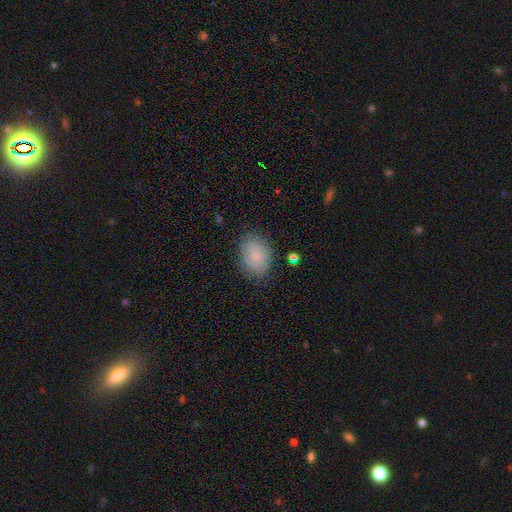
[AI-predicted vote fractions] A smooth galaxy with no disk features (83%) that is in between round and cigar-shaped (65%).

Vote fractions:
- Smooth or featured? smooth: 83% / featured or disk: 9% / star or artifact: 8%
- How rounded? in between: 65% / round: 34% / cigar-shaped: 1%
- Merging? none: 80% / minor disturbance: 15% / major disturbance: 4% / merger: 1%